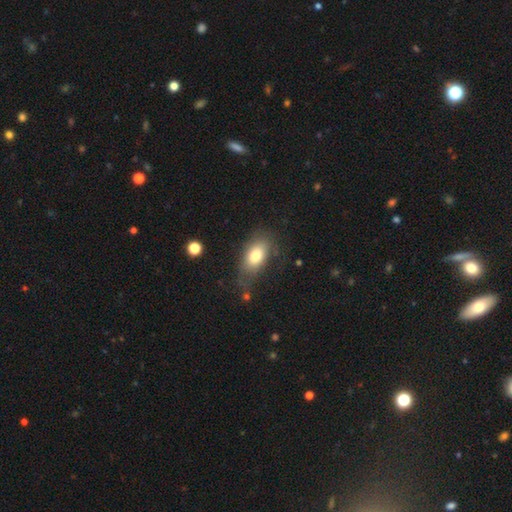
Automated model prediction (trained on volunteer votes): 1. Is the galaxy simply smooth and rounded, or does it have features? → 75% smooth, 17% featured or disk, 8% star or artifact.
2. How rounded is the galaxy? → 89% in between, 8% round, 3% cigar-shaped.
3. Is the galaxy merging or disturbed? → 62% none, 24% minor disturbance, 11% major disturbance, 3% merger.